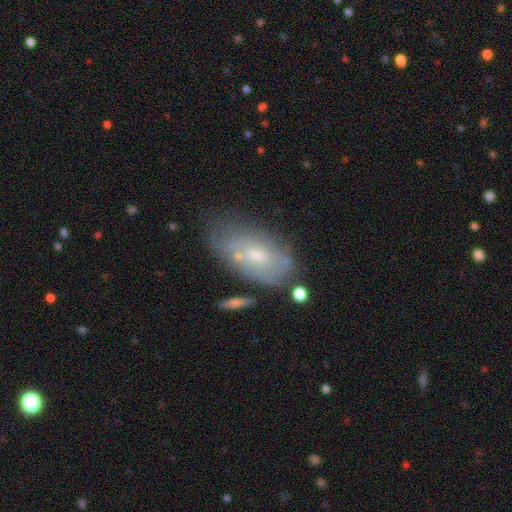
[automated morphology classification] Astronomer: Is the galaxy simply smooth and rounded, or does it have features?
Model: smooth — 47% (runner-up: featured or disk, 45%).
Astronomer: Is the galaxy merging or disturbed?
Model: none — 52% (runner-up: minor disturbance, 28%).